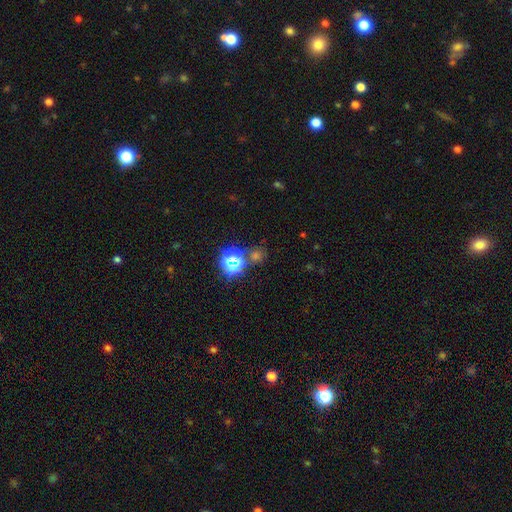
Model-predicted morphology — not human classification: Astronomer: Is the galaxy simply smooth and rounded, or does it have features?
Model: star or artifact — 52% (runner-up: smooth, 41%).